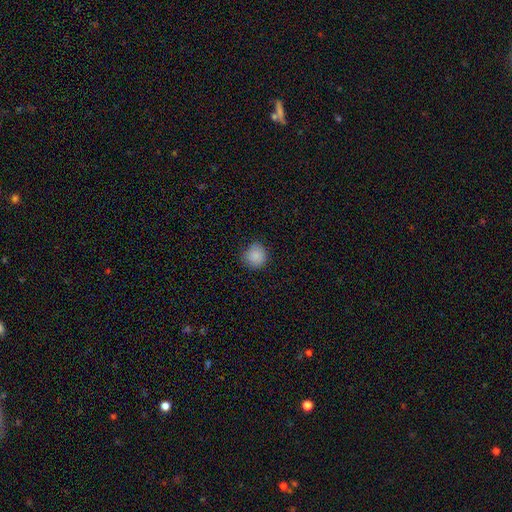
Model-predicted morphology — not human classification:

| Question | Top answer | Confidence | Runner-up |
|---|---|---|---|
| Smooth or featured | smooth | 87% | star or artifact (9%) |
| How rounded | round | 90% | in between (9%) |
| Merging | none | 84% | minor disturbance (12%) |